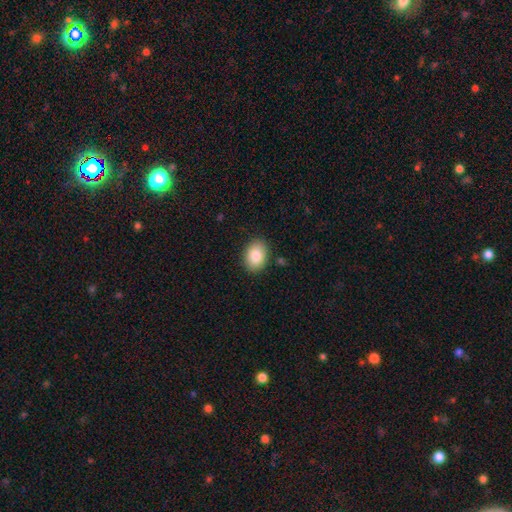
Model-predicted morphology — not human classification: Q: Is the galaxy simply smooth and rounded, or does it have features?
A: smooth — 85%.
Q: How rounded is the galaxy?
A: in between — 72%.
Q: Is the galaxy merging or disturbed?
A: none — 87%.